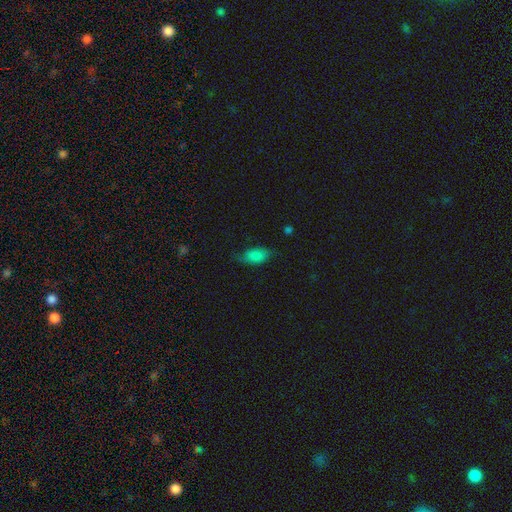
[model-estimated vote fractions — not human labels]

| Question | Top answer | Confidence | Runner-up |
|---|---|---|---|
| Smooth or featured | smooth | 80% | featured or disk (12%) |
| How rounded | in between | 91% | round (5%) |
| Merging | none | 58% | minor disturbance (30%) |